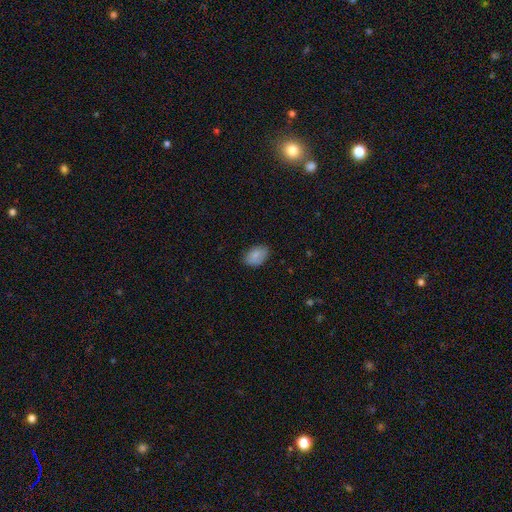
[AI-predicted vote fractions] smooth-or-featured: smooth: 84% | featured or disk: 8% | star or artifact: 8%
  how-rounded: in between: 88% | round: 11% | cigar-shaped: 1%
  merging: none: 77% | minor disturbance: 19% | major disturbance: 3% | merger: 1%